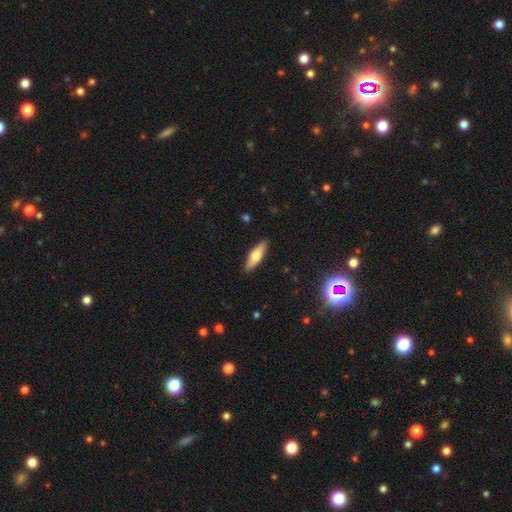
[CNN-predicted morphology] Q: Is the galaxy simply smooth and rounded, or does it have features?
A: smooth — 55%.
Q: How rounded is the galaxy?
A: cigar-shaped — 51%.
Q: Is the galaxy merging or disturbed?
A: none — 90%.